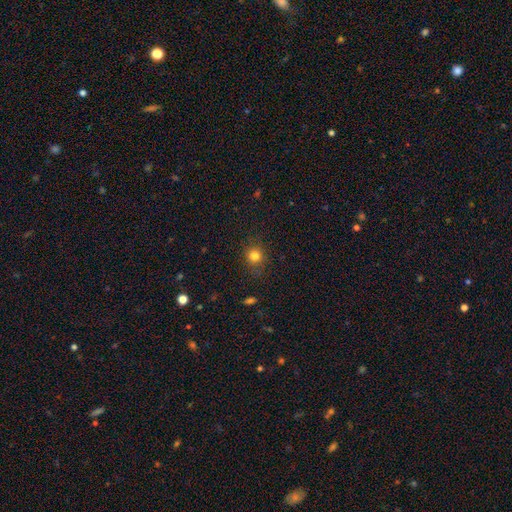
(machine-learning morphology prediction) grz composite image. It shows a smooth galaxy with no disk features (80%) that is round (88%). Merging: none (87%).